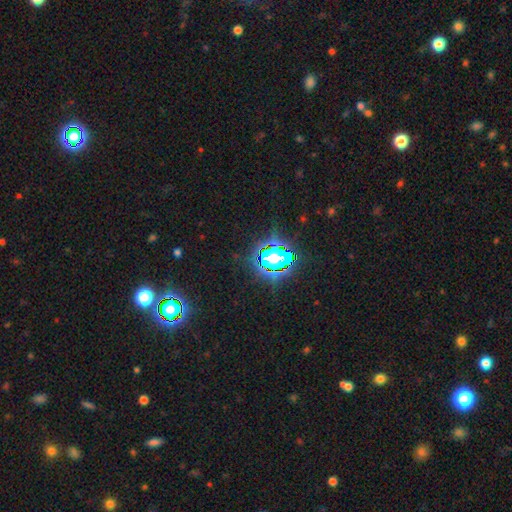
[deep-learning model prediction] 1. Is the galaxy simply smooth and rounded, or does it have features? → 81% star or artifact, 12% smooth, 7% featured or disk.